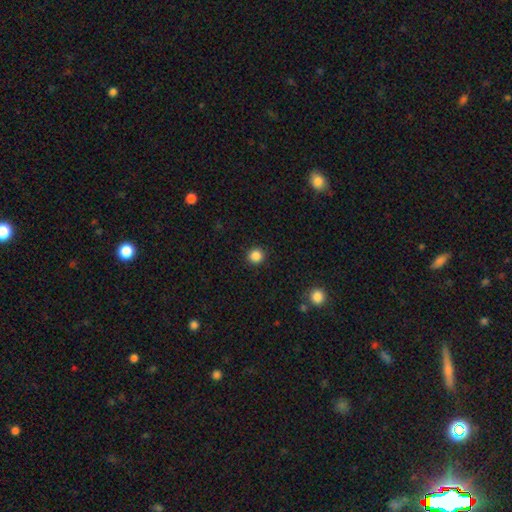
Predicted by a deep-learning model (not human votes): The model was most divided on "smooth or featured": smooth: 86%, star or artifact: 11%, featured or disk: 3%. More confident: how rounded — round (93%); merging — none (92%).